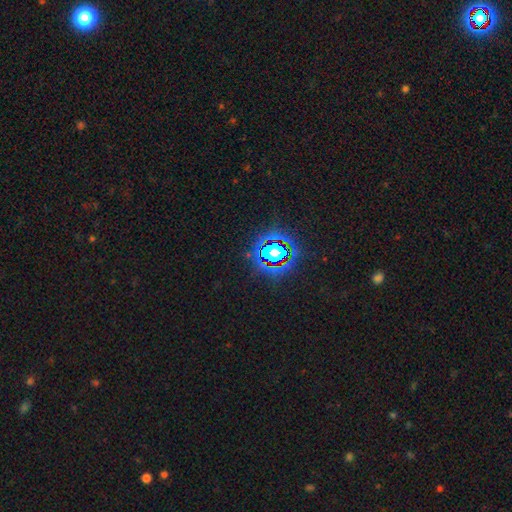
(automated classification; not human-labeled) This is clearly a star or artifact rather than a galaxy (80%).